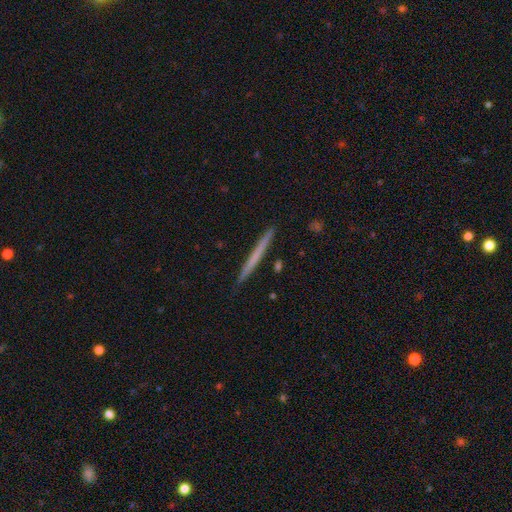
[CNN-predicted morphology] Smooth or featured? Predicted: smooth (p=0.54). How rounded? Predicted: cigar-shaped (p=0.97). Merging? Predicted: none (p=0.92).